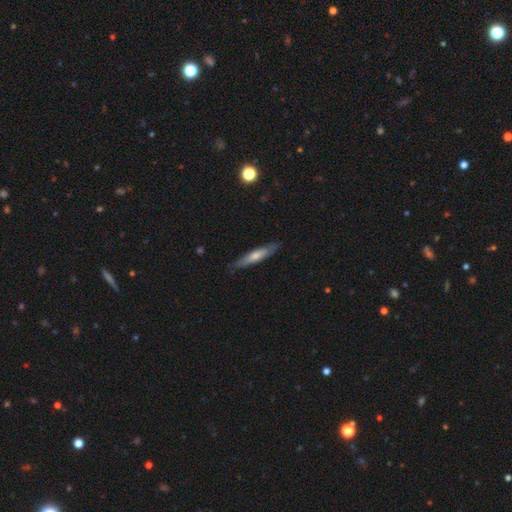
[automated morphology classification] Q: Smooth or featured?
A: smooth (58%); runner-up: featured or disk (37%)
Q: How rounded?
A: cigar-shaped (86%); runner-up: in between (13%)
Q: Merging?
A: none (83%); runner-up: minor disturbance (14%)